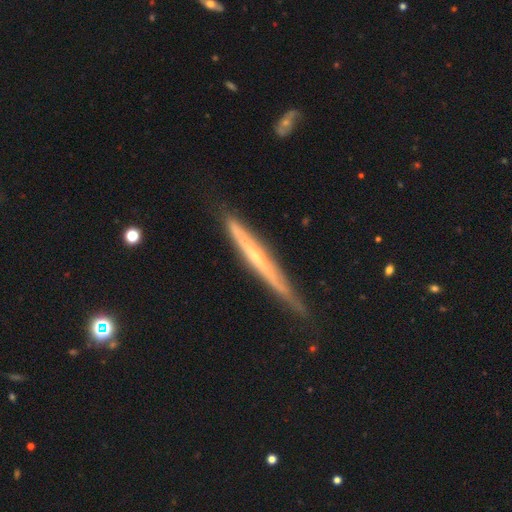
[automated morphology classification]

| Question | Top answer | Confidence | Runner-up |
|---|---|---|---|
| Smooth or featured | featured or disk | 65% | smooth (29%) |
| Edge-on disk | yes | 94% | no (6%) |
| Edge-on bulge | none | 69% | rounded (25%) |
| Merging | none | 76% | minor disturbance (19%) |